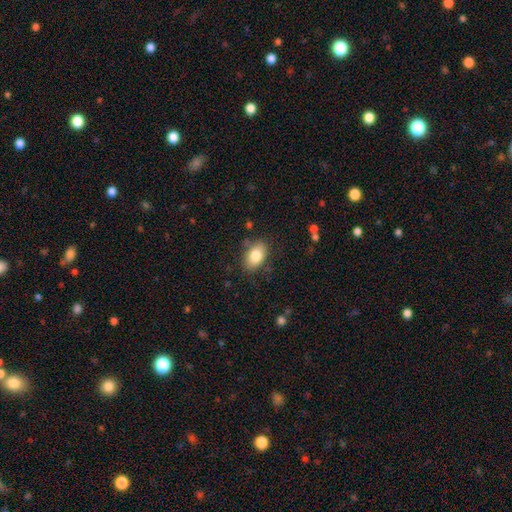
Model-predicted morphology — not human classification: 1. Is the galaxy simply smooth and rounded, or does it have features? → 82% smooth, 10% featured or disk, 8% star or artifact.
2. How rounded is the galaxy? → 88% in between, 11% round, 1% cigar-shaped.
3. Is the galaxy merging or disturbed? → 80% none, 14% minor disturbance, 4% major disturbance, 2% merger.